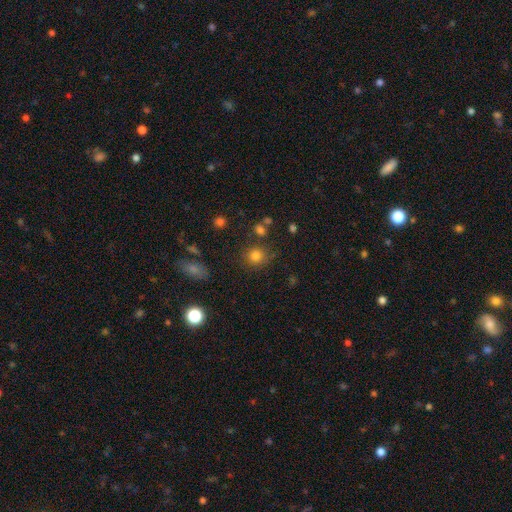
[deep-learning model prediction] This appears to be a smooth galaxy with no disk features (80%) that is round (86%). Merging: none (78%).